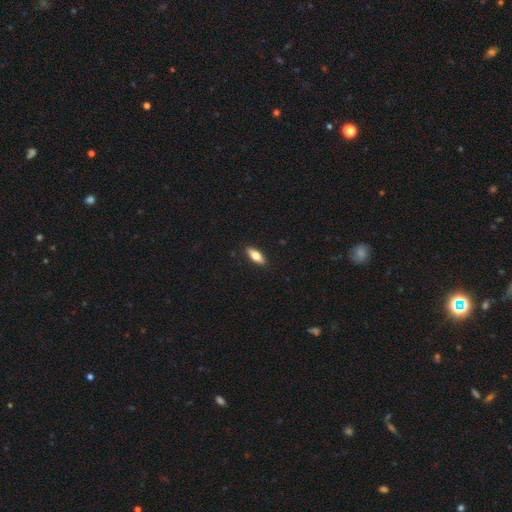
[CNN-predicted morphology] A smooth galaxy with no disk features (71%) that is in between round and cigar-shaped (75%). Merging: none (90%).